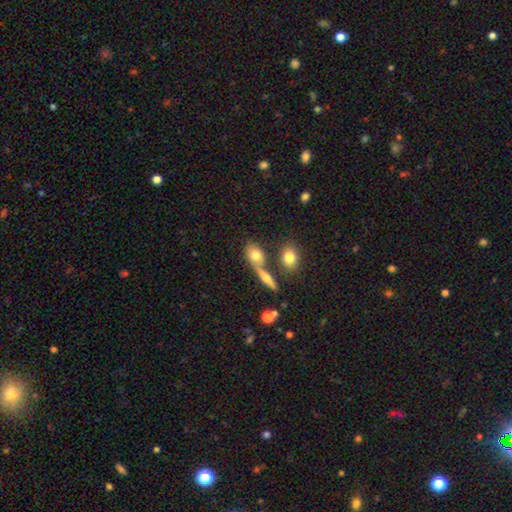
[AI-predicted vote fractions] Overall: smooth (71%). How rounded: in between (69%). Merging: none (49%; merger 34%).